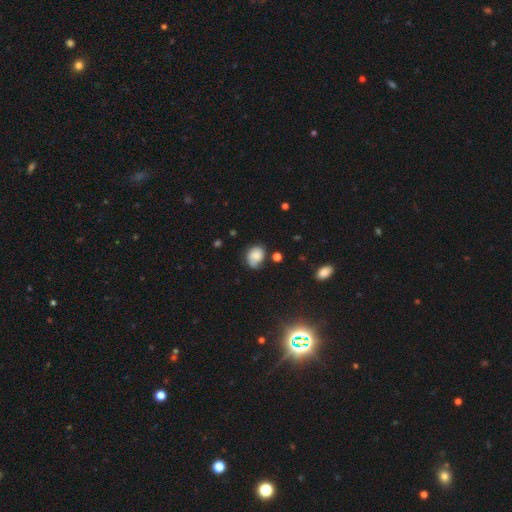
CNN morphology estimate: Overall: smooth (63%; featured or disk 27%). How rounded: in between (54%; round 45%). Merging: none (51%; minor disturbance 32%).